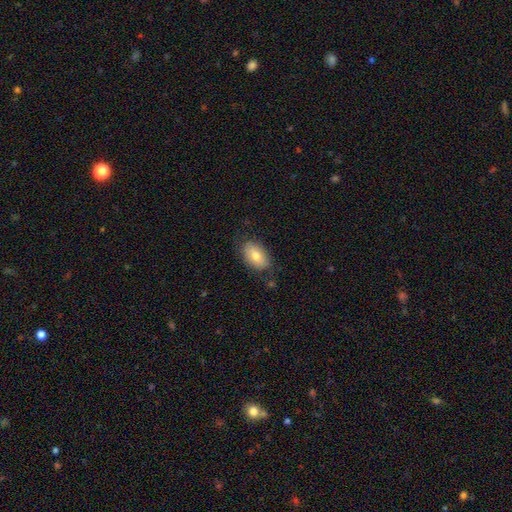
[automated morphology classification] Smooth or featured: smooth — 74% (featured or disk — 18%)
How rounded: in between — 90% (round — 8%)
Merging: none — 78% (minor disturbance — 16%)